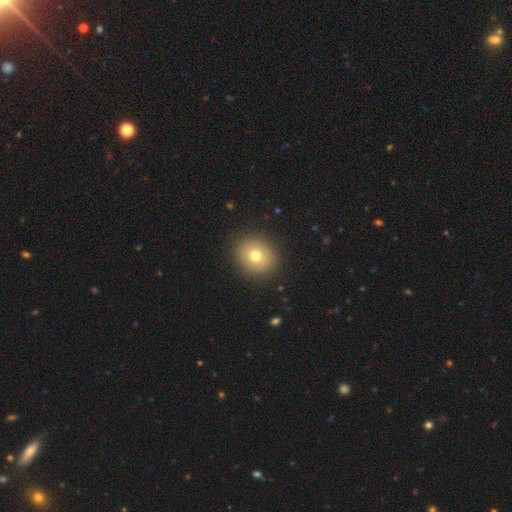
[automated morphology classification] Smooth or featured? Predicted: smooth (p=0.73). How rounded? Predicted: round (p=0.79). Merging? Predicted: none (p=0.89).